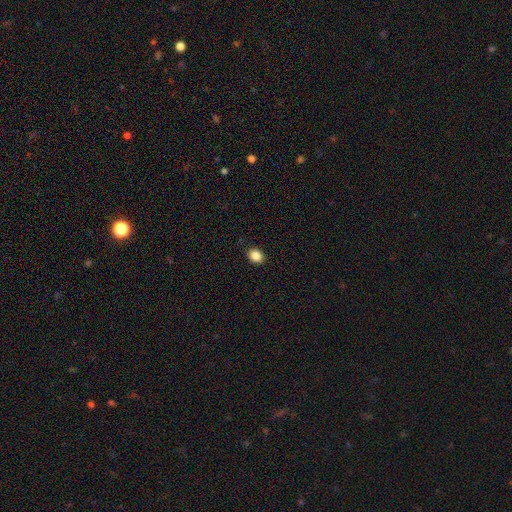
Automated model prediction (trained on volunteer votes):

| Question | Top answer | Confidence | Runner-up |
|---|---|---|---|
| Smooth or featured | smooth | 87% | star or artifact (10%) |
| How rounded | in between | 55% | round (44%) |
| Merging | none | 90% | minor disturbance (7%) |